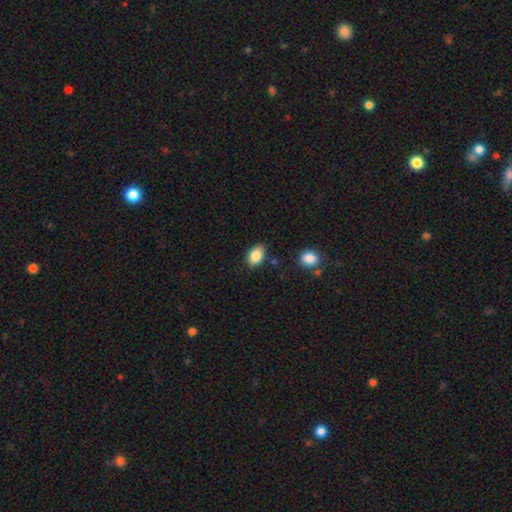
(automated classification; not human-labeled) Q: Smooth or featured?
A: smooth (87%); runner-up: star or artifact (8%)
Q: How rounded?
A: in between (83%); runner-up: round (16%)
Q: Merging?
A: none (83%); runner-up: minor disturbance (11%)